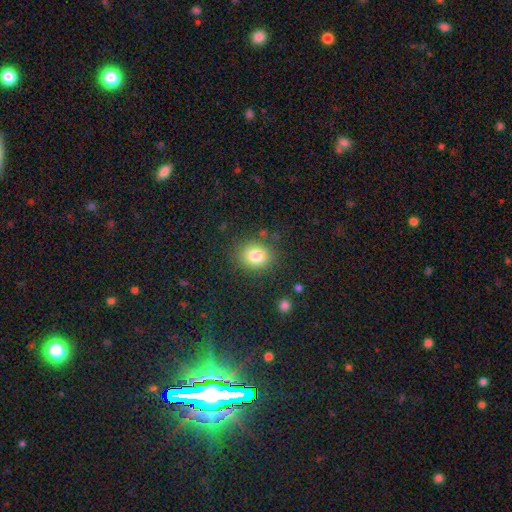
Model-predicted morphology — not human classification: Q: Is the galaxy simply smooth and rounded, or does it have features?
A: smooth — 81%.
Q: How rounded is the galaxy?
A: round — 65%.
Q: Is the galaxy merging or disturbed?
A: none — 83%.